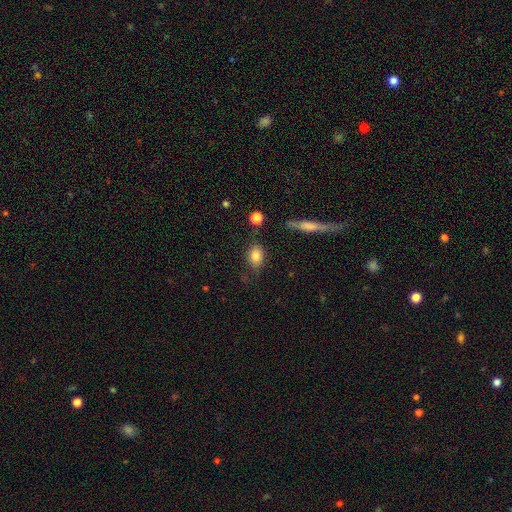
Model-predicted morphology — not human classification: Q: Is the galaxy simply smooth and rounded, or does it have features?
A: smooth — 81%.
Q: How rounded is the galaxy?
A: in between — 72%.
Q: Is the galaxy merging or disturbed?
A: none — 69%.